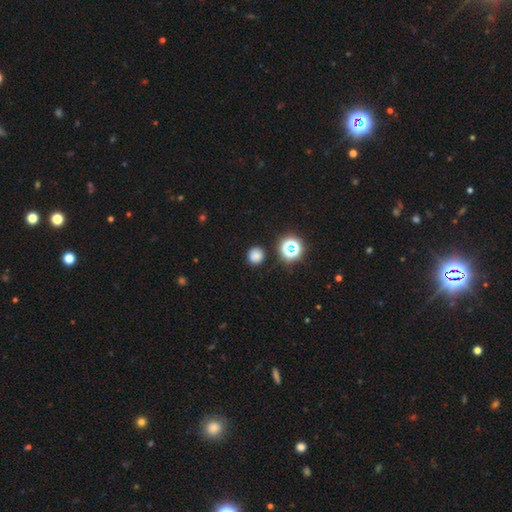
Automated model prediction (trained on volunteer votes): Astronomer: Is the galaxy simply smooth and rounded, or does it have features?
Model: smooth — 78%.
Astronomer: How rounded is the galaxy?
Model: round — 92%.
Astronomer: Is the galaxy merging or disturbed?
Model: none — 89%.